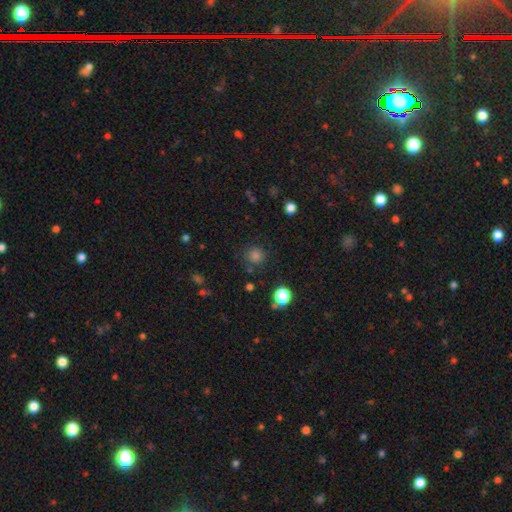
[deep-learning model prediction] This is likely a smooth galaxy (79%). How rounded: clearly round (92%). Merging: clearly none (83%).